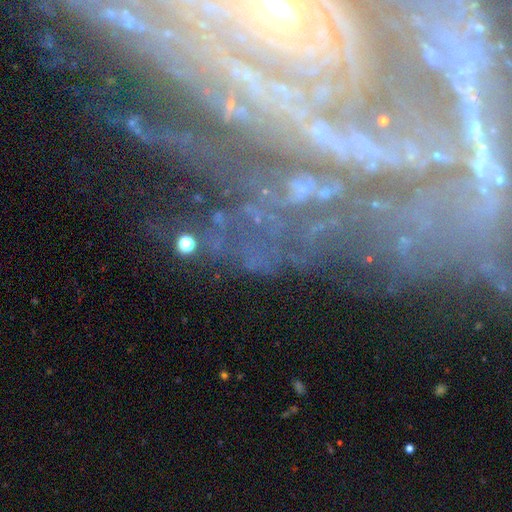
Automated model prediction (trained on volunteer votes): smooth_or_featured: featured or disk (p=0.61) [alt: star or artifact p=0.26]
disk_edge_on: no (p=0.92) [alt: yes p=0.08]
bar: no (p=0.46) [alt: weak p=0.28]
has_spiral_arms: yes (p=0.83) [alt: no p=0.17]
bulge_size: small (p=0.60) [alt: moderate p=0.21]
merging: none (p=0.61) [alt: minor disturbance p=0.17]